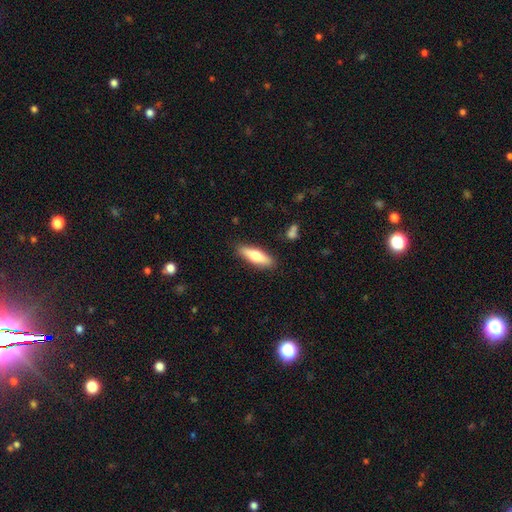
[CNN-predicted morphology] This appears to be a smooth galaxy with no disk features (63%) that is cigar-shaped (59%). Merging: none (87%).